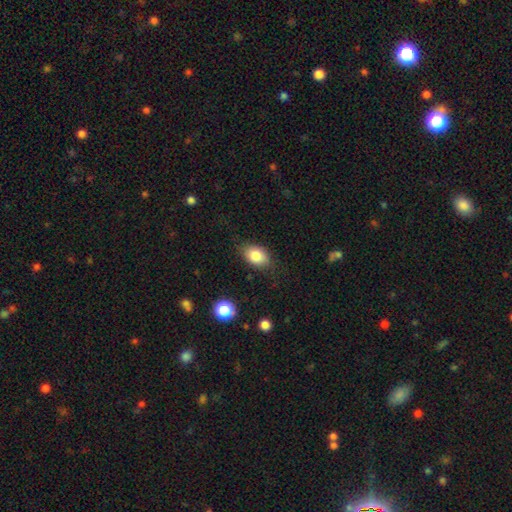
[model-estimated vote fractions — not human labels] Smooth or featured?
  - smooth: 83% *
  - featured or disk: 9%
  - star or artifact: 8%
How rounded?
  - in between: 83% *
  - round: 16%
  - cigar-shaped: 2%
Merging?
  - none: 76% *
  - minor disturbance: 18%
  - major disturbance: 4%
  - merger: 1%